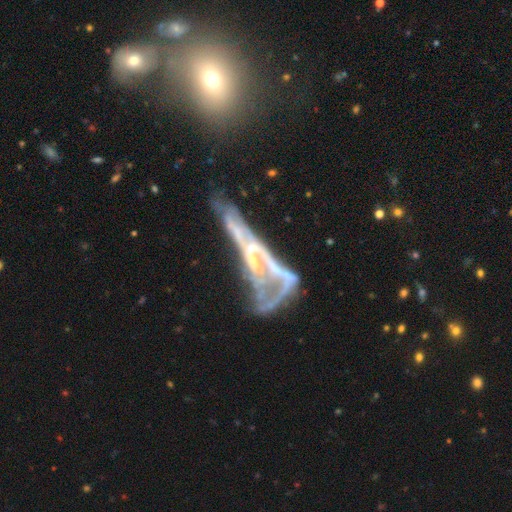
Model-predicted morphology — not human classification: Smooth or featured? Predicted: featured or disk (p=0.73). Edge-on disk? Predicted: no (p=0.63). Merging? Predicted: merger (p=0.37).